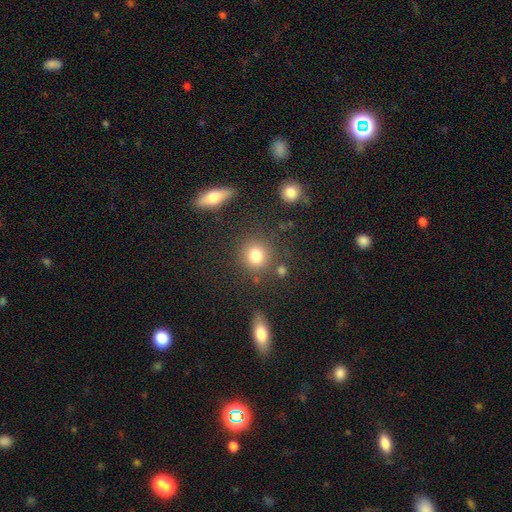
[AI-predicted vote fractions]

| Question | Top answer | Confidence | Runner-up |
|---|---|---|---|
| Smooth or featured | smooth | 80% | star or artifact (13%) |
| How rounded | round | 86% | in between (12%) |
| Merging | none | 80% | minor disturbance (9%) |